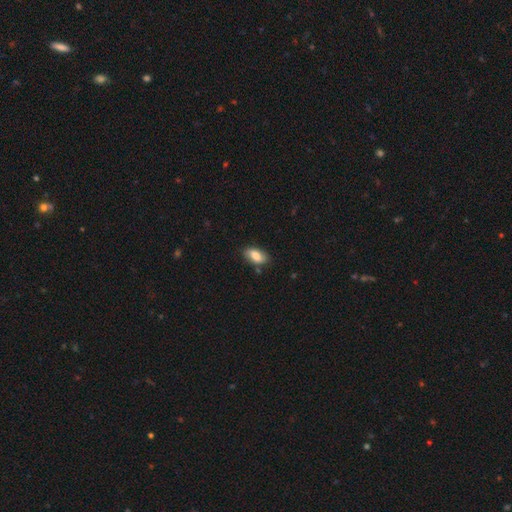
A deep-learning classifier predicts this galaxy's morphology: smooth_or_featured: smooth (p=0.80) [alt: featured or disk p=0.13]
how_rounded: in between (p=0.91) [alt: round p=0.05]
merging: none (p=0.79) [alt: minor disturbance p=0.15]